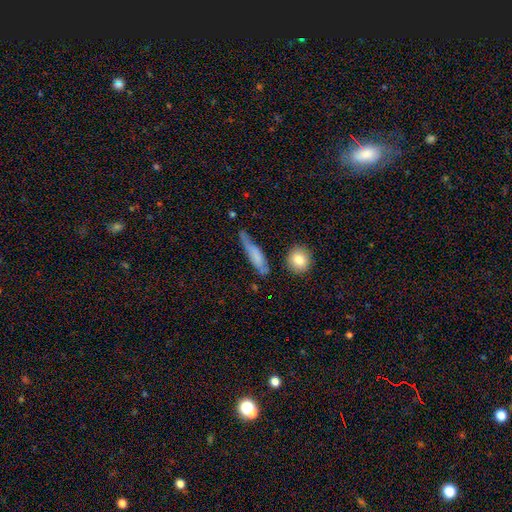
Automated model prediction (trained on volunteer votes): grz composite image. It shows a smooth galaxy with no disk features (62%) that is cigar-shaped (77%). Merging: none (47%).